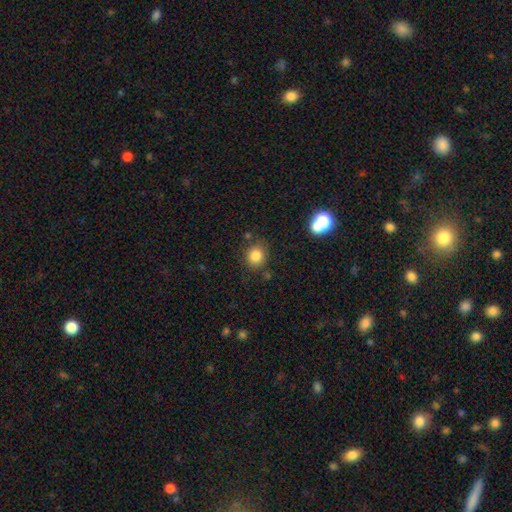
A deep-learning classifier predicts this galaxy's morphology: A smooth galaxy with no disk features (83%) that is round (83%). Merging: none (81%).